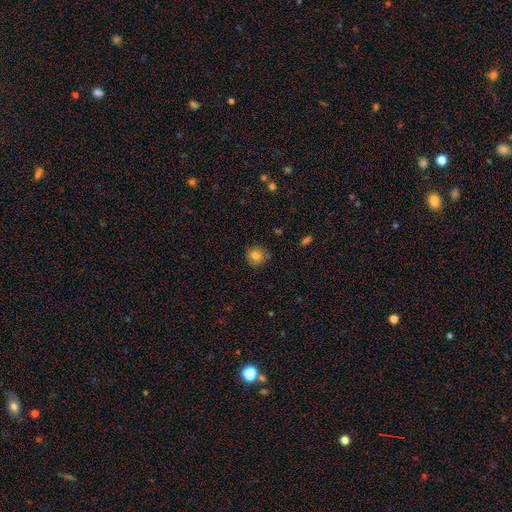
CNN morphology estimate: Smooth or featured?
  - smooth: 79% *
  - star or artifact: 11%
  - featured or disk: 11%
How rounded?
  - round: 86% *
  - in between: 13%
  - cigar-shaped: 1%
Merging?
  - none: 78% *
  - minor disturbance: 17%
  - major disturbance: 3%
  - merger: 2%